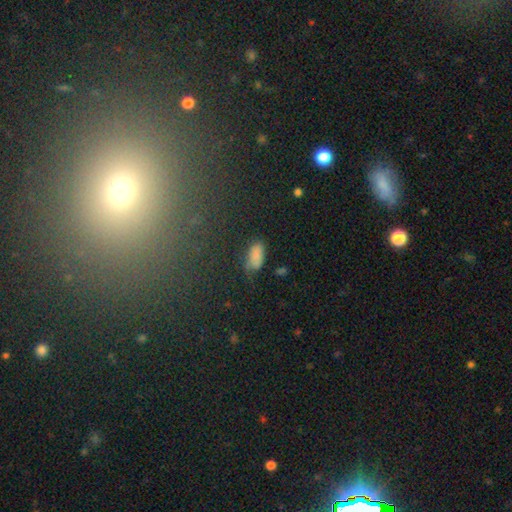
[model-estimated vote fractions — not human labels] smooth 79%, star or artifact 11%, featured or disk 11%. Down the decision tree: how rounded — in between (89%); merging — none (55%).